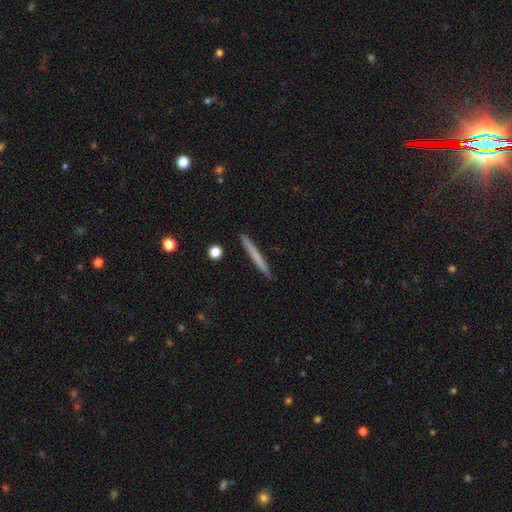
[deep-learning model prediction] smooth 64%, featured or disk 30%, star or artifact 6%. Down the decision tree: how rounded — cigar-shaped (97%); merging — none (92%).